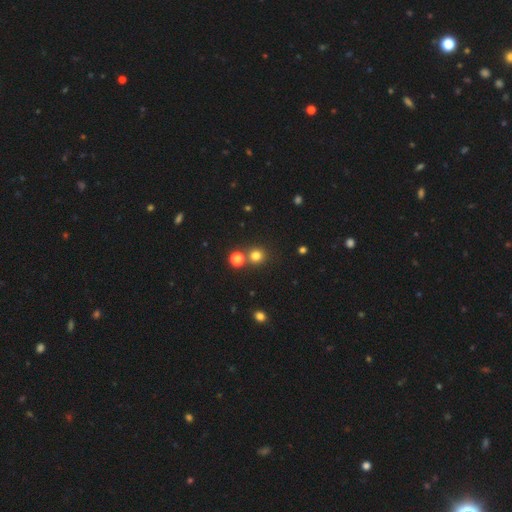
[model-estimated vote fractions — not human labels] Smooth or featured? Predicted: smooth (p=0.76). How rounded? Predicted: round (p=0.90). Merging? Predicted: none (p=0.74).